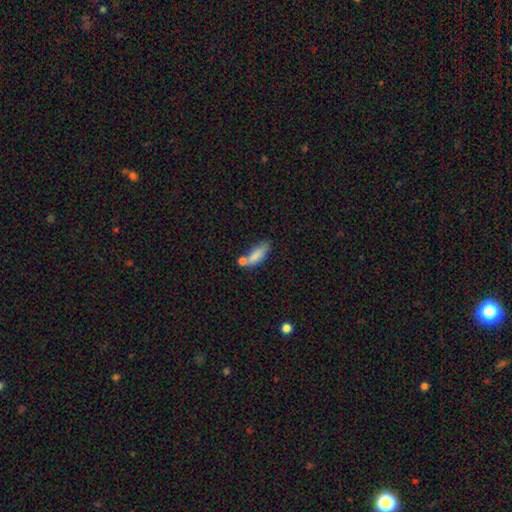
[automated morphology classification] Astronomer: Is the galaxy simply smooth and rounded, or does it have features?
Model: smooth — 80%.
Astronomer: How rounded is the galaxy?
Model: in between — 63%.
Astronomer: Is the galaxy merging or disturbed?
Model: none — 39% (runner-up: merger, 34%).